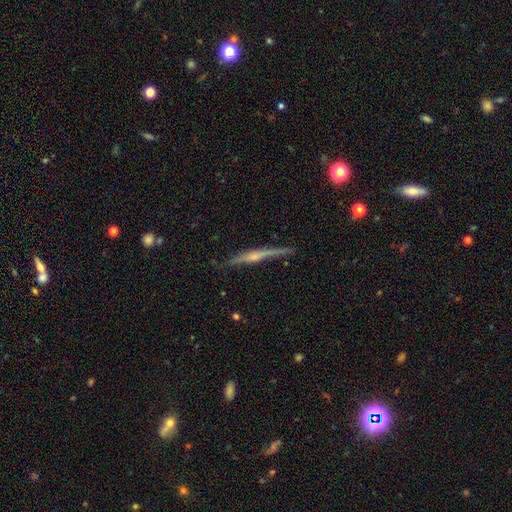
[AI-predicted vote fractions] Smooth or featured? featured or disk (70%)
Edge-on disk? yes (97%)
Edge-on bulge? rounded (65%)
Merging? none (82%)